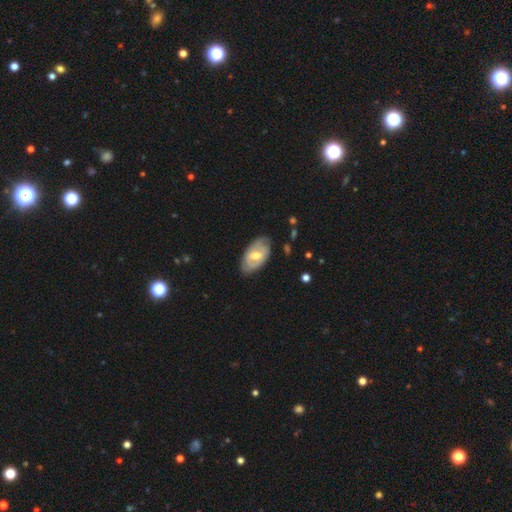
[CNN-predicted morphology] Smooth or featured: featured or disk — 55% (smooth — 39%)
Edge-on disk: no — 91% (yes — 9%)
Bar: weak — 44% (no — 41%)
Spiral arms: yes — 53% (no — 47%)
Bulge size: moderate — 71% (small — 21%)
Merging: none — 72% (minor disturbance — 22%)